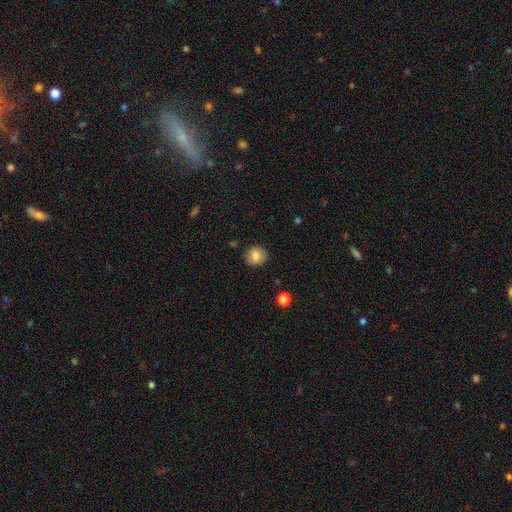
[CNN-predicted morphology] The model was most divided on "how rounded": round: 81%, in between: 18%, cigar-shaped: 1%. More confident: merging — none (86%); smooth or featured — smooth (82%).